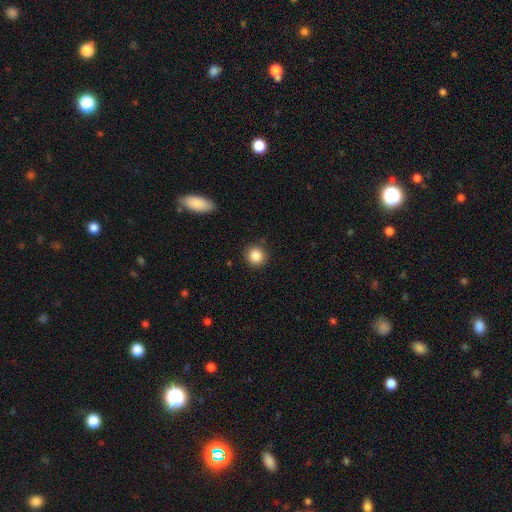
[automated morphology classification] smooth_or_featured: smooth (p=0.86) [alt: star or artifact p=0.10]
how_rounded: round (p=0.92) [alt: in between p=0.07]
merging: none (p=0.88) [alt: minor disturbance p=0.08]